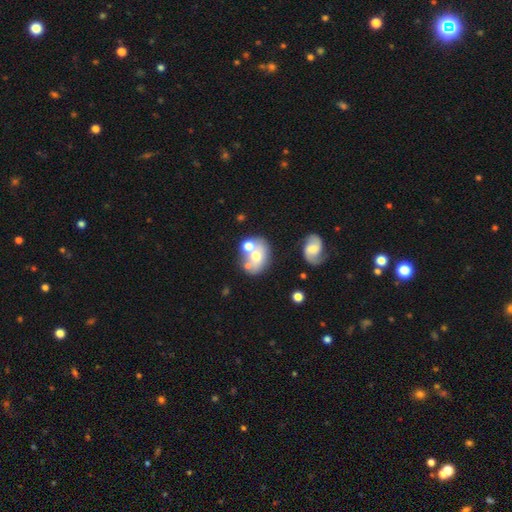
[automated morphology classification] This is possibly a smooth galaxy (53%). How rounded: possibly in between (53%). Merging: possibly none (45%).